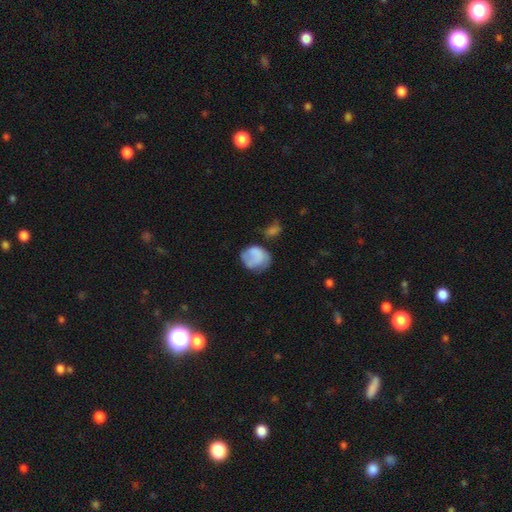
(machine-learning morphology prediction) smooth 70%, featured or disk 21%, star or artifact 8%. Down the decision tree: how rounded — round (63%); merging — none (44%).